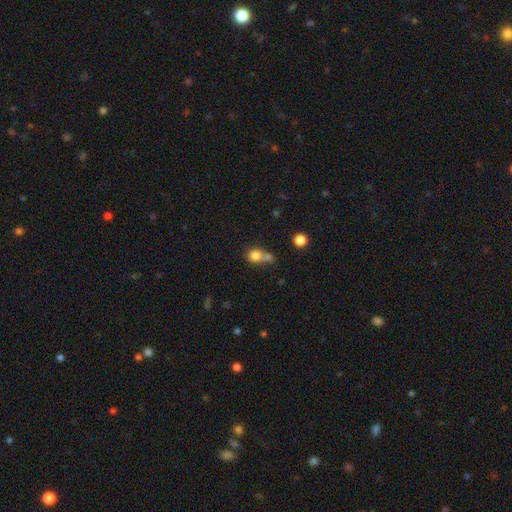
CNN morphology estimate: Q: Smooth or featured?
A: smooth (78%); runner-up: star or artifact (11%)
Q: How rounded?
A: round (74%); runner-up: in between (24%)
Q: Merging?
A: merger (41%); runner-up: none (34%)